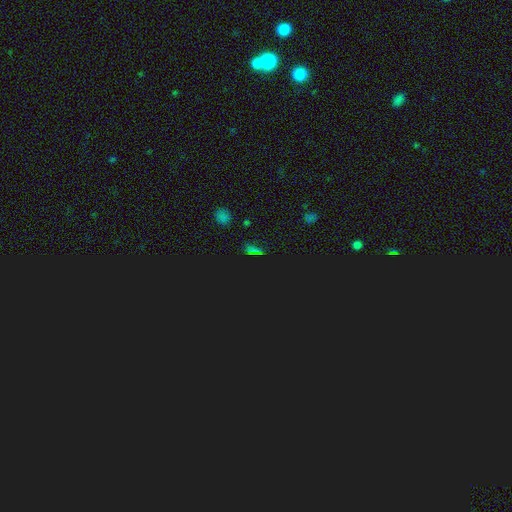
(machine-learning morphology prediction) star or artifact 71%, smooth 22%, featured or disk 7%.